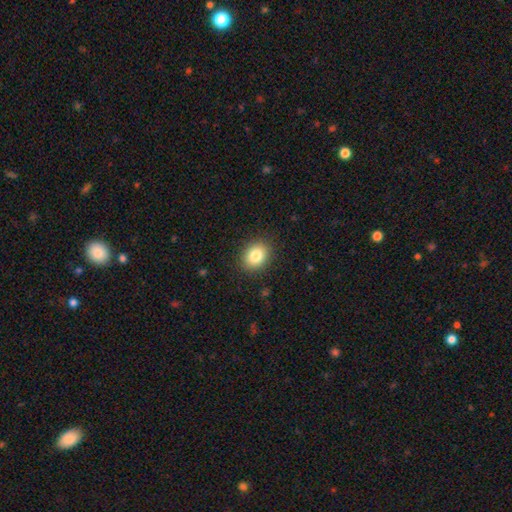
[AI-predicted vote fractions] A smooth galaxy with no disk features (84%) that is round (50%).

Vote fractions:
- Smooth or featured? smooth: 84% / star or artifact: 9% / featured or disk: 7%
- How rounded? round: 50% / in between: 49% / cigar-shaped: 1%
- Merging? none: 89% / minor disturbance: 8% / major disturbance: 2% / merger: 1%